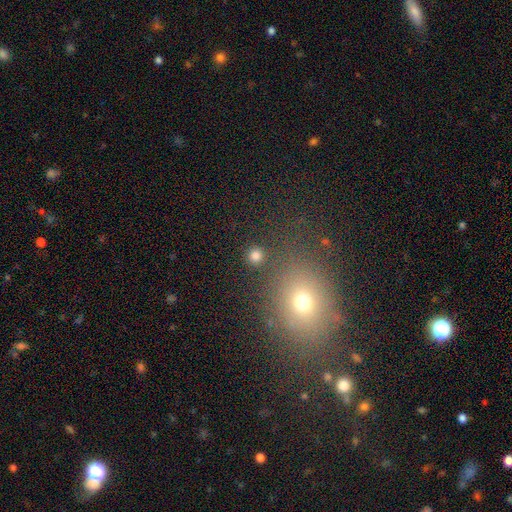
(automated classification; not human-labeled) smooth_or_featured: smooth (p=0.80) [alt: star or artifact p=0.15]
how_rounded: round (p=0.94) [alt: in between p=0.05]
merging: none (p=0.88) [alt: minor disturbance p=0.05]